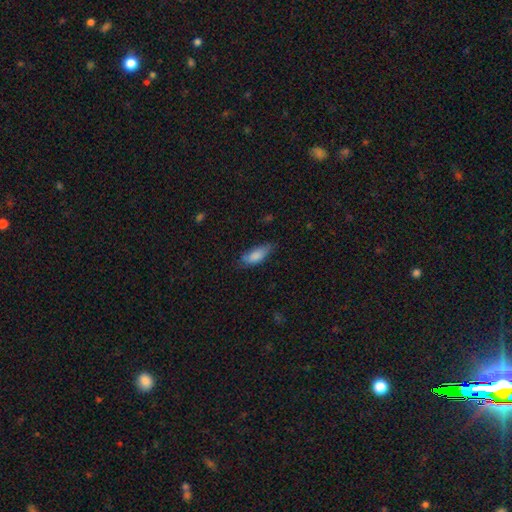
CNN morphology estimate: This appears to be a smooth galaxy with no disk features (81%) that is in between round and cigar-shaped (74%). Merging: none (62%).